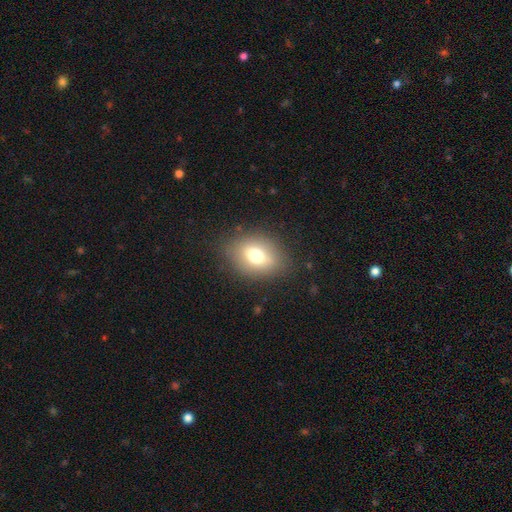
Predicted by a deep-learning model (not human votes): Smooth or featured? Predicted: smooth (p=0.71). How rounded? Predicted: in between (p=0.67). Merging? Predicted: none (p=0.83).